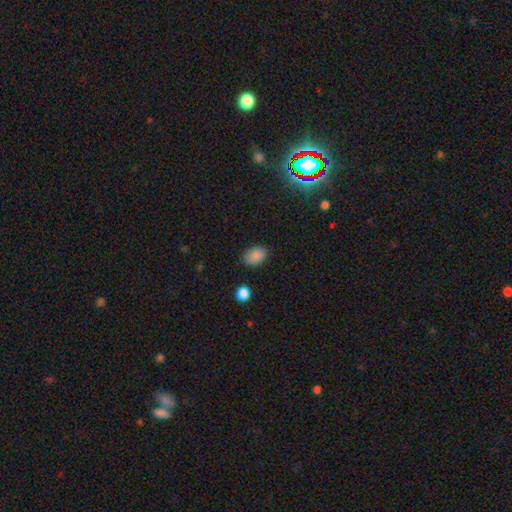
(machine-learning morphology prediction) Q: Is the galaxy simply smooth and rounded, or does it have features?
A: smooth — 86%.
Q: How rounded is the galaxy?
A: in between — 84%.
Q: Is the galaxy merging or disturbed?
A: none — 82%.